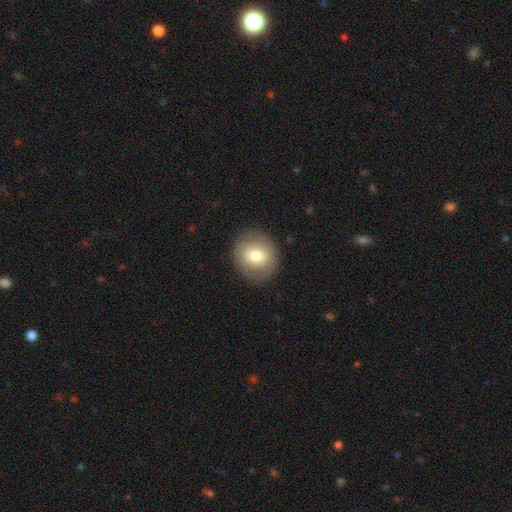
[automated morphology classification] Smooth or featured? Predicted: smooth (p=0.71). How rounded? Predicted: round (p=0.74). Merging? Predicted: none (p=0.86).